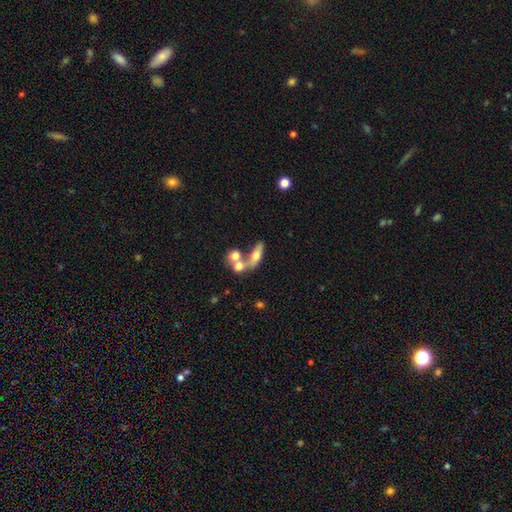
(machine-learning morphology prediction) type=smooth (57%); roundness=in between (59%); merging=merger (57%).